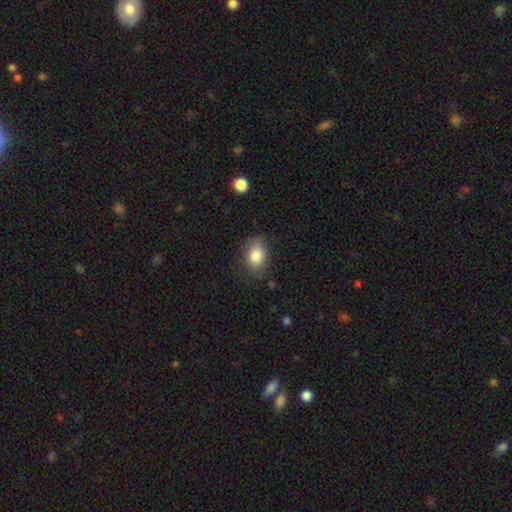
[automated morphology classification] Overall: smooth (83%). How rounded: in between (74%). Merging: none (74%).